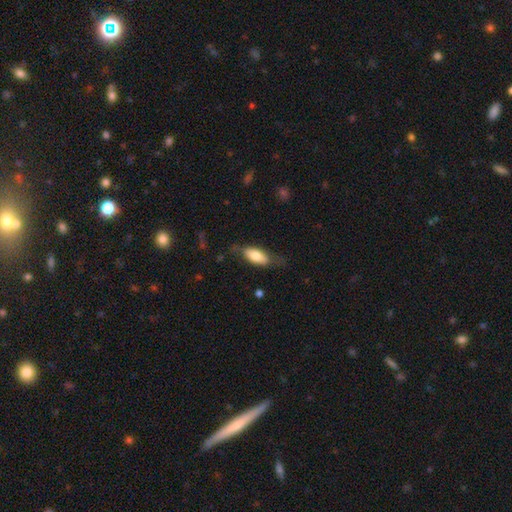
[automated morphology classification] The model was most divided on "merging": none: 60%, minor disturbance: 26%, major disturbance: 12%, merger: 2%. More confident: how rounded — in between (79%); smooth or featured — smooth (70%).